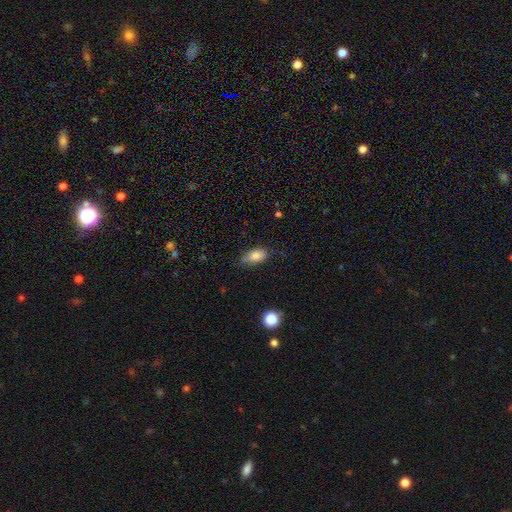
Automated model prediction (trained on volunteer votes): smooth_or_featured: smooth (p=0.83) [alt: featured or disk p=0.08]
how_rounded: in between (p=0.89) [alt: round p=0.06]
merging: none (p=0.68) [alt: minor disturbance p=0.25]